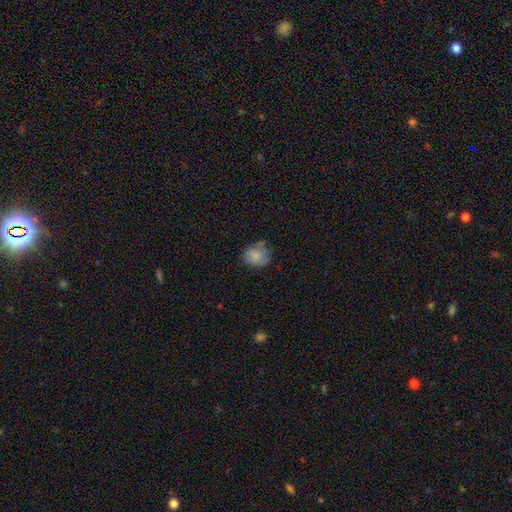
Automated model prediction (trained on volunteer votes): Q: Smooth or featured?
A: smooth (84%); runner-up: star or artifact (9%)
Q: How rounded?
A: round (73%); runner-up: in between (26%)
Q: Merging?
A: none (57%); runner-up: minor disturbance (29%)